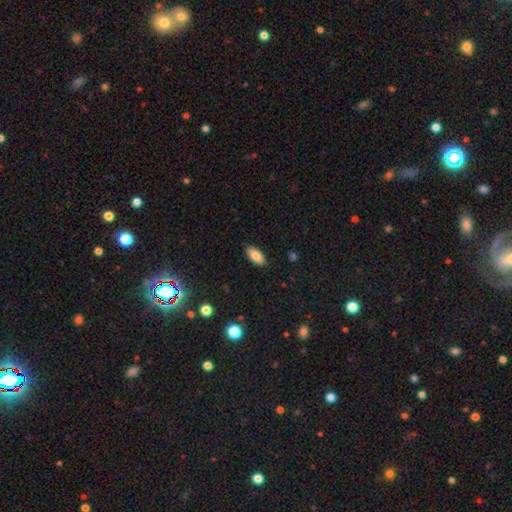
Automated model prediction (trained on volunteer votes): Smooth or featured? smooth (85%)
How rounded? in between (90%)
Merging? none (89%)